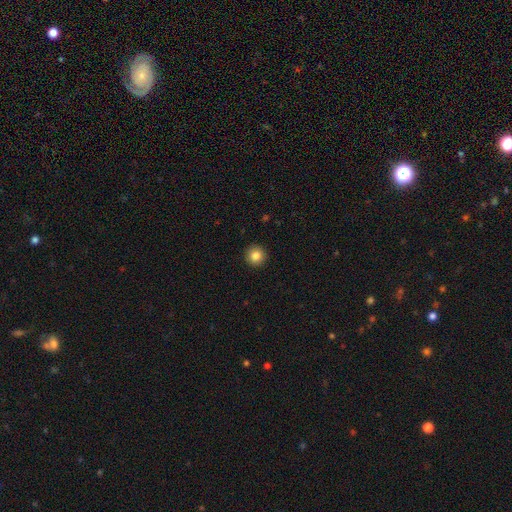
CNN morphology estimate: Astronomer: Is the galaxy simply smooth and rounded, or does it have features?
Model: smooth — 84%.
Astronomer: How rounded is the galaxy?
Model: round — 95%.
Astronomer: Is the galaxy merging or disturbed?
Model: none — 93%.